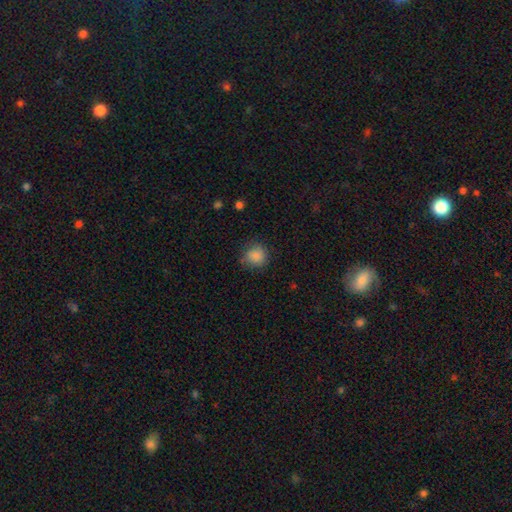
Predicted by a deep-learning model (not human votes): Smooth or featured? Predicted: smooth (p=0.86). How rounded? Predicted: round (p=0.87). Merging? Predicted: none (p=0.77).